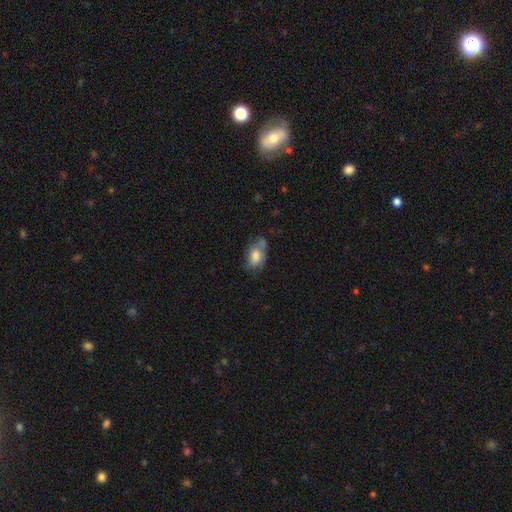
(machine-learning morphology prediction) This is likely a smooth galaxy (67%). How rounded: clearly in between (88%). Merging: marginally none (44%).